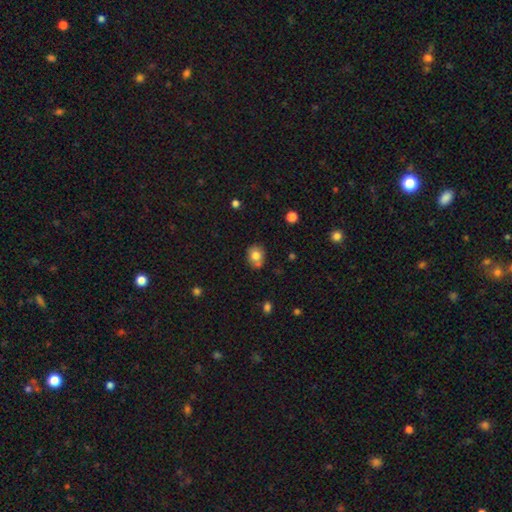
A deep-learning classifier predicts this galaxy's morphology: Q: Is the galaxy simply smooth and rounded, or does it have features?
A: smooth — 78%.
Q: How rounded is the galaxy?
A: round — 67%.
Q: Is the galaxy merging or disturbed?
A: none — 64%.